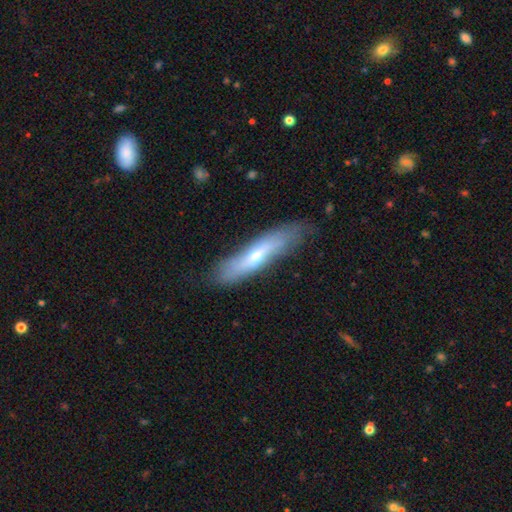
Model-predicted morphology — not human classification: Smooth or featured? smooth (49%)
Merging? none (75%)